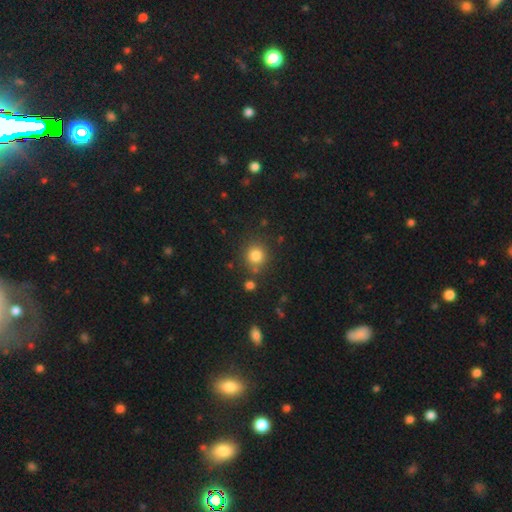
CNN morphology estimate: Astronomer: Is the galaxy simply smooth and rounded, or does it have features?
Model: smooth — 82%.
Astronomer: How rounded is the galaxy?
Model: round — 90%.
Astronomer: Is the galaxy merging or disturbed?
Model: none — 80%.